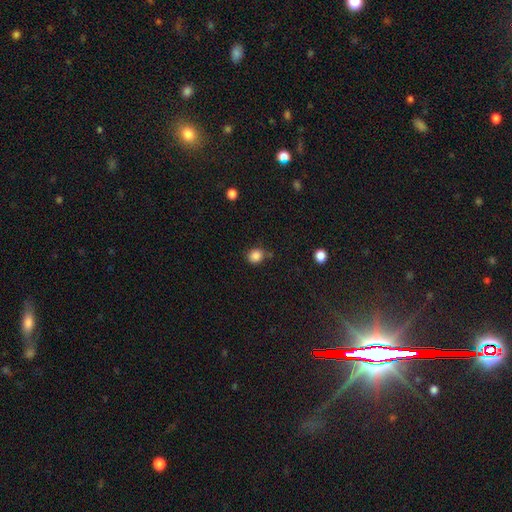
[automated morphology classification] Q: Smooth or featured?
A: smooth (86%); runner-up: star or artifact (11%)
Q: How rounded?
A: round (76%); runner-up: in between (23%)
Q: Merging?
A: none (73%); runner-up: minor disturbance (17%)